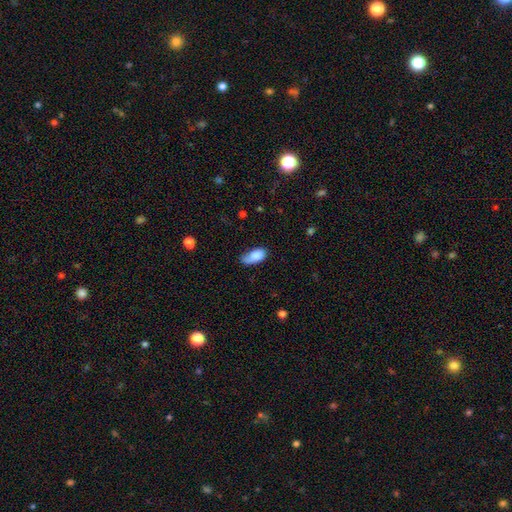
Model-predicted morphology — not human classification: A smooth galaxy with no disk features (79%) that is in between round and cigar-shaped (93%).

Vote fractions:
- Smooth or featured? smooth: 79% / featured or disk: 14% / star or artifact: 7%
- How rounded? in between: 93% / cigar-shaped: 4% / round: 3%
- Merging? none: 47% / minor disturbance: 35% / major disturbance: 13% / merger: 5%